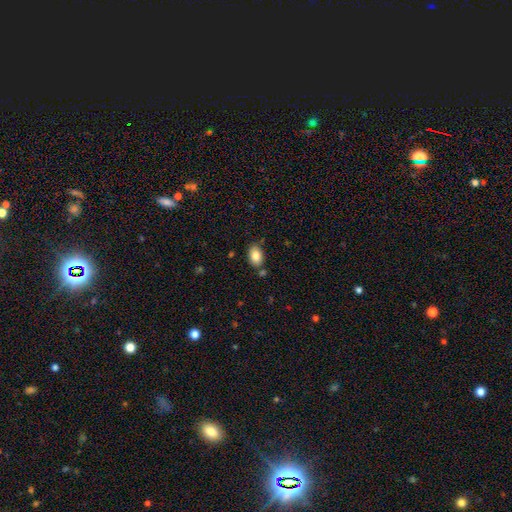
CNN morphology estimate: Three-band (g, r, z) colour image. It shows a smooth galaxy with no disk features (83%) that is in between round and cigar-shaped (87%). Merging: none (79%).